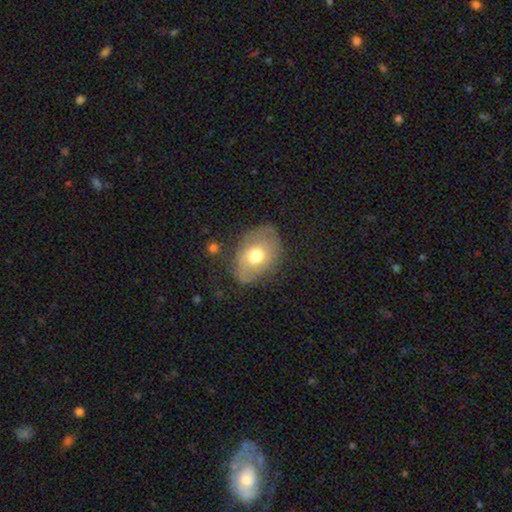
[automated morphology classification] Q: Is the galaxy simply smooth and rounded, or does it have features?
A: smooth — 63%.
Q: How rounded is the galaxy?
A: in between — 76%.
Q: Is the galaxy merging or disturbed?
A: none — 67%.